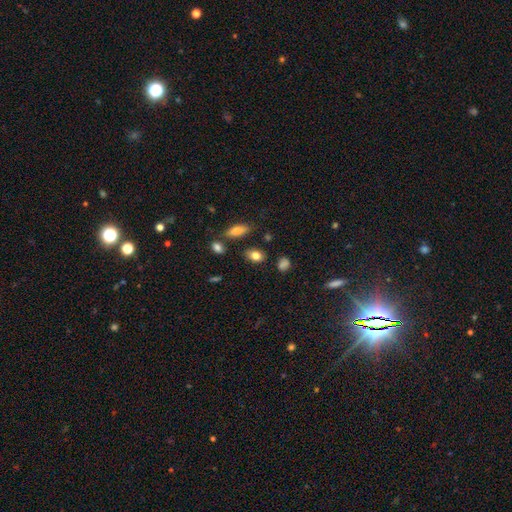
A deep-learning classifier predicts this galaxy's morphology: Smooth or featured? Predicted: smooth (p=0.82). How rounded? Predicted: in between (p=0.78). Merging? Predicted: none (p=0.80).